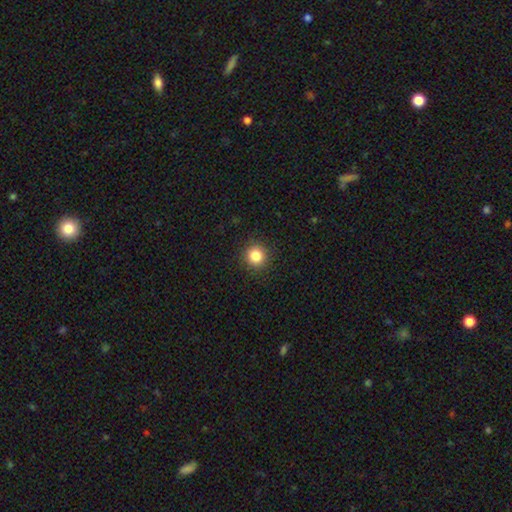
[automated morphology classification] smooth 84%, star or artifact 12%, featured or disk 5%. Down the decision tree: how rounded — round (94%); merging — none (92%).